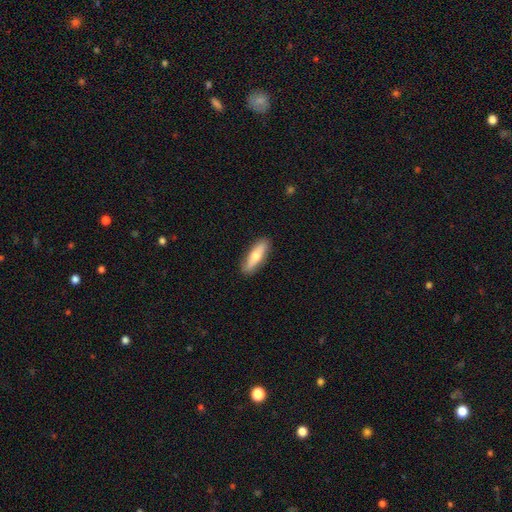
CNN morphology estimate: smooth-or-featured: smooth: 64% | featured or disk: 30% | star or artifact: 6%
  how-rounded: cigar-shaped: 59% | in between: 39% | round: 2%
  merging: none: 88% | minor disturbance: 9% | major disturbance: 2% | merger: 1%